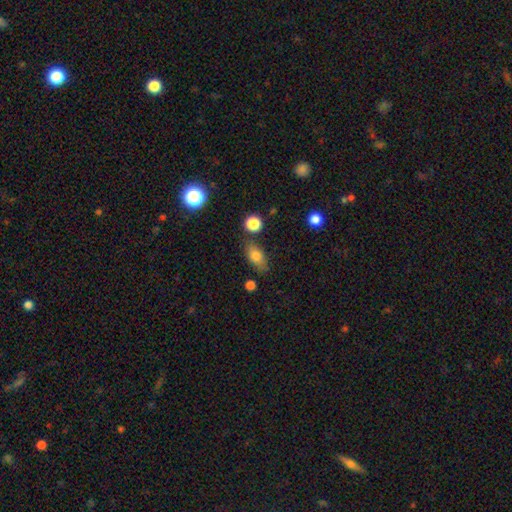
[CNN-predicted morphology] Smooth or featured?
  - smooth: 78% *
  - featured or disk: 13%
  - star or artifact: 9%
How rounded?
  - in between: 82% *
  - cigar-shaped: 9%
  - round: 9%
Merging?
  - none: 76% *
  - minor disturbance: 15%
  - merger: 5%
  - major disturbance: 4%